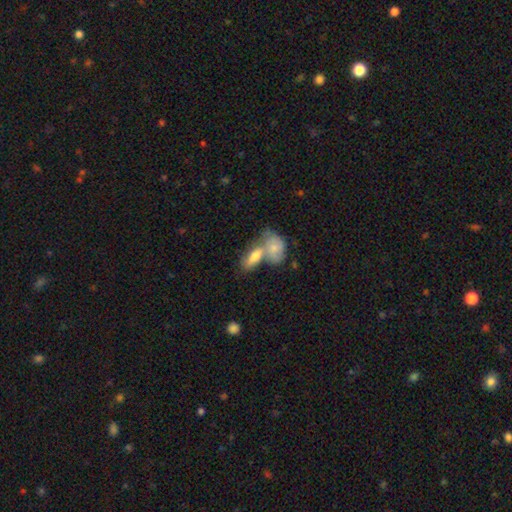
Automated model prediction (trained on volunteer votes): Smooth or featured?
  - smooth: 67% *
  - featured or disk: 25%
  - star or artifact: 8%
How rounded?
  - in between: 79% *
  - cigar-shaped: 13%
  - round: 7%
Merging?
  - merger: 59% *
  - none: 28%
  - minor disturbance: 9%
  - major disturbance: 4%